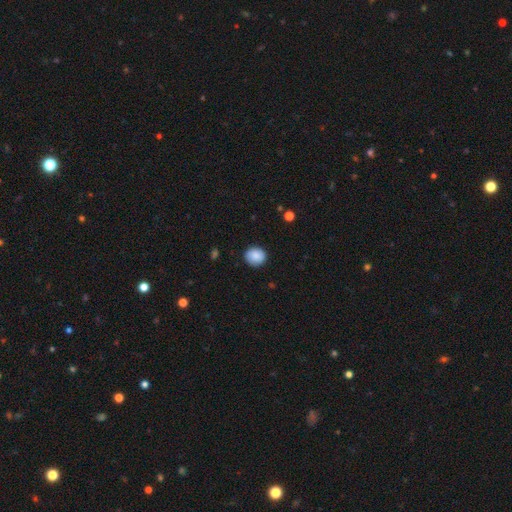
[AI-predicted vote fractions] This appears to be a smooth galaxy with no disk features (87%) that is round (84%). Merging: none (89%).